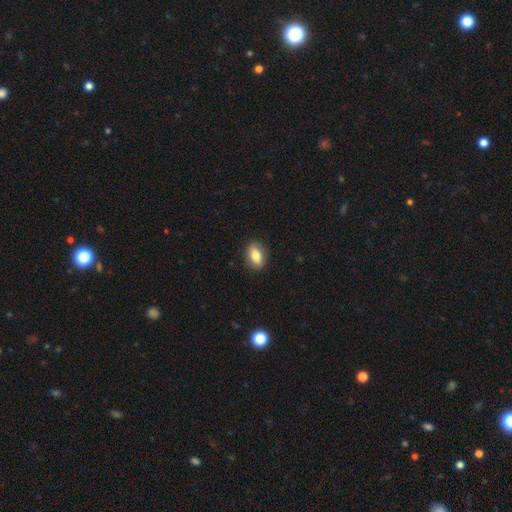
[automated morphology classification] Smooth or featured? smooth (77%)
How rounded? in between (81%)
Merging? none (87%)